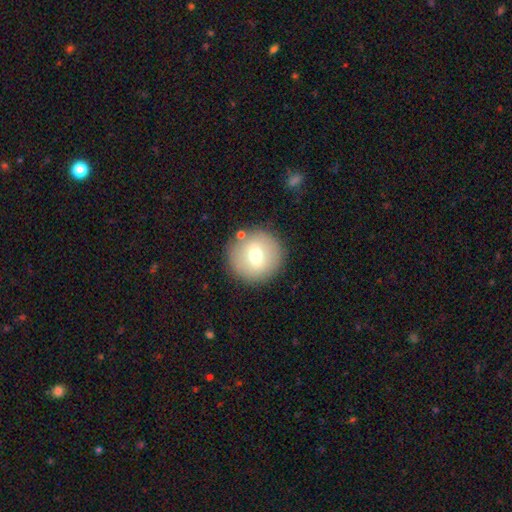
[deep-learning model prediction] A smooth galaxy with no disk features (67%) that is round (94%).

Vote fractions:
- Smooth or featured? smooth: 67% / featured or disk: 25% / star or artifact: 8%
- How rounded? round: 94% / in between: 5% / cigar-shaped: 1%
- Merging? none: 86% / minor disturbance: 8% / merger: 4% / major disturbance: 3%